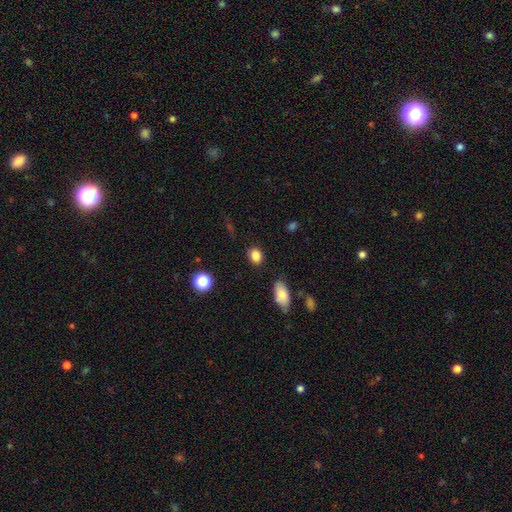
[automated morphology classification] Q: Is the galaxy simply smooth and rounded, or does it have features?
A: smooth — 85%.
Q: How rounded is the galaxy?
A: in between — 52%.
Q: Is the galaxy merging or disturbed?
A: none — 84%.